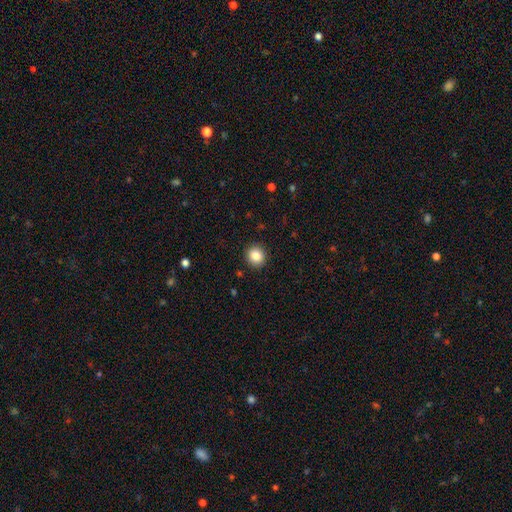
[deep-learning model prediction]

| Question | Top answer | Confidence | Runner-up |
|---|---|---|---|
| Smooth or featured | smooth | 85% | star or artifact (9%) |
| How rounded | round | 85% | in between (14%) |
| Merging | none | 91% | minor disturbance (6%) |